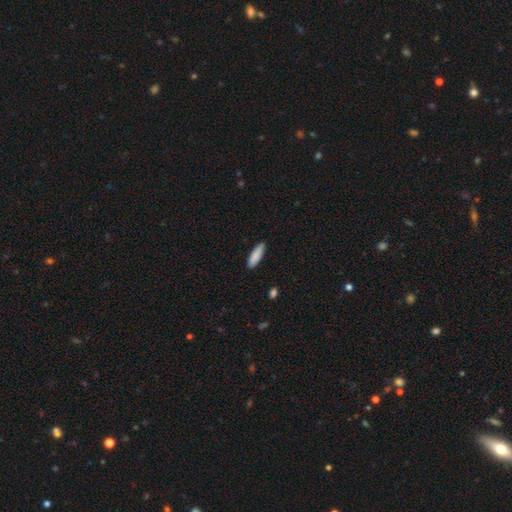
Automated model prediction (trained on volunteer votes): smooth 87%, featured or disk 7%, star or artifact 6%. Down the decision tree: how rounded — cigar-shaped (55%); merging — none (88%).